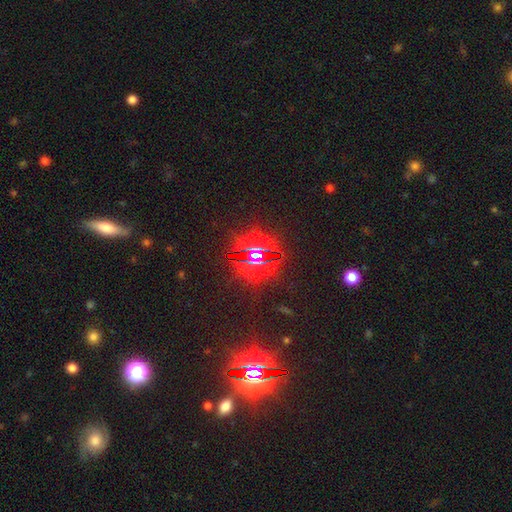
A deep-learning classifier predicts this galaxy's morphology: Q: Smooth or featured?
A: star or artifact (81%); runner-up: smooth (11%)